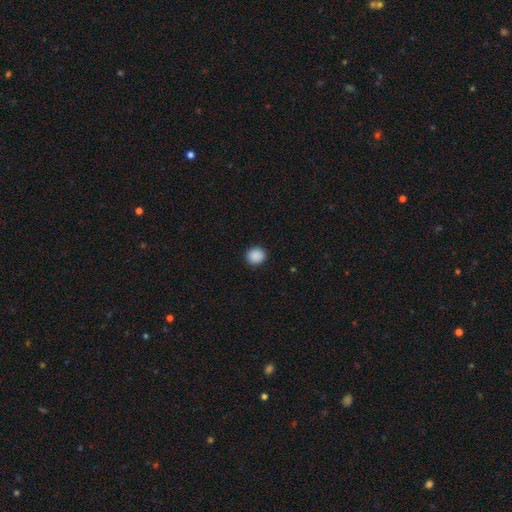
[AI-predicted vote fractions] smooth_or_featured: smooth (p=0.89) [alt: star or artifact p=0.09]
how_rounded: round (p=0.85) [alt: in between p=0.14]
merging: none (p=0.92) [alt: minor disturbance p=0.05]